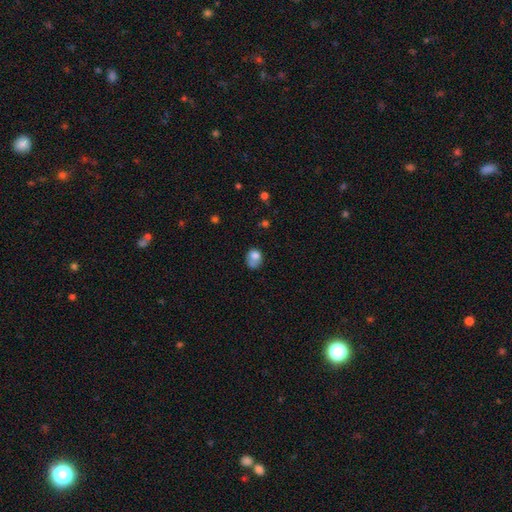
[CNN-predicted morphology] A smooth galaxy with no disk features (73%) that is in between round and cigar-shaped (50%).

Vote fractions:
- Smooth or featured? smooth: 73% / featured or disk: 17% / star or artifact: 10%
- How rounded? in between: 50% / round: 49% / cigar-shaped: 1%
- Merging? none: 37% / minor disturbance: 27% / major disturbance: 18% / merger: 17%